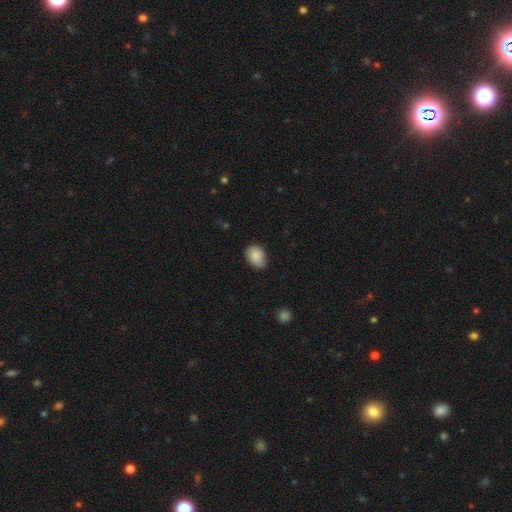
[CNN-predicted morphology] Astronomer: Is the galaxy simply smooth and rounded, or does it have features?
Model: smooth — 84%.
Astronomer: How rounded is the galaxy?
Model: in between — 71%.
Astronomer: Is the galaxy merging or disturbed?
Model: none — 60%.